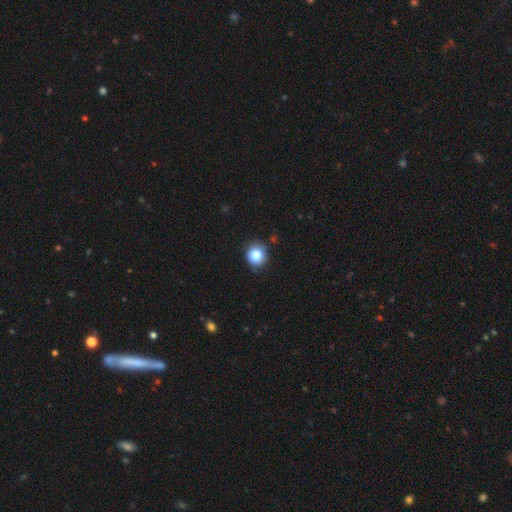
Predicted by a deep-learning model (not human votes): A smooth galaxy with no disk features (83%) that is round (87%).

Vote fractions:
- Smooth or featured? smooth: 83% / star or artifact: 10% / featured or disk: 7%
- How rounded? round: 87% / in between: 12% / cigar-shaped: 1%
- Merging? none: 85% / minor disturbance: 11% / major disturbance: 2% / merger: 2%